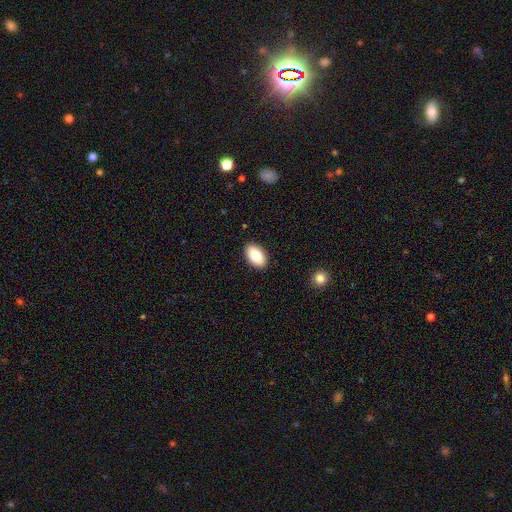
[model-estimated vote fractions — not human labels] This appears to be a smooth galaxy with no disk features (83%) that is in between round and cigar-shaped (93%). Merging: none (90%).